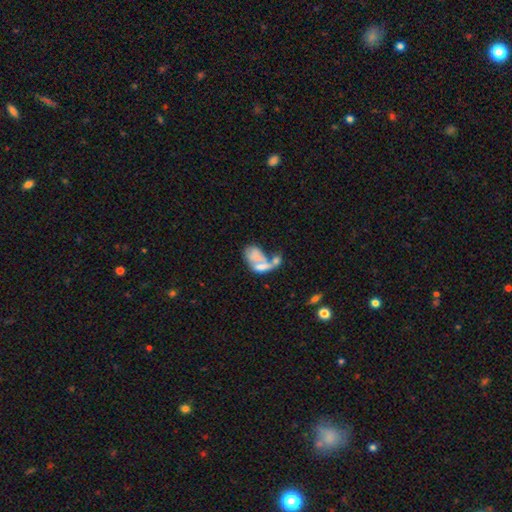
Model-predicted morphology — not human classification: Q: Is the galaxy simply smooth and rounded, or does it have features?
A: smooth — 50%.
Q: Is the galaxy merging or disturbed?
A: merger — 59%.